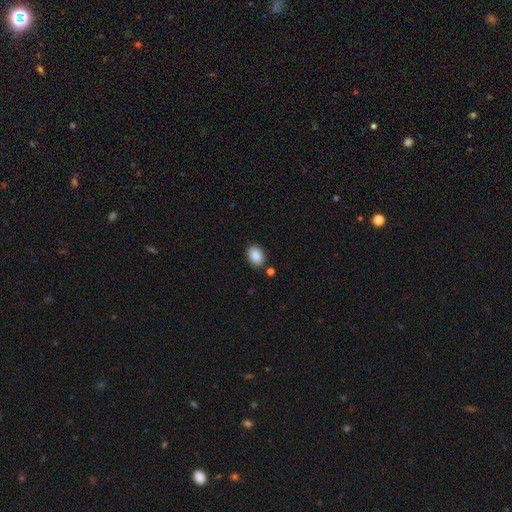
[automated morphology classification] smooth-or-featured: smooth: 86% | star or artifact: 8% | featured or disk: 6%
  how-rounded: in between: 75% | round: 24% | cigar-shaped: 1%
  merging: none: 85% | minor disturbance: 9% | merger: 4% | major disturbance: 2%